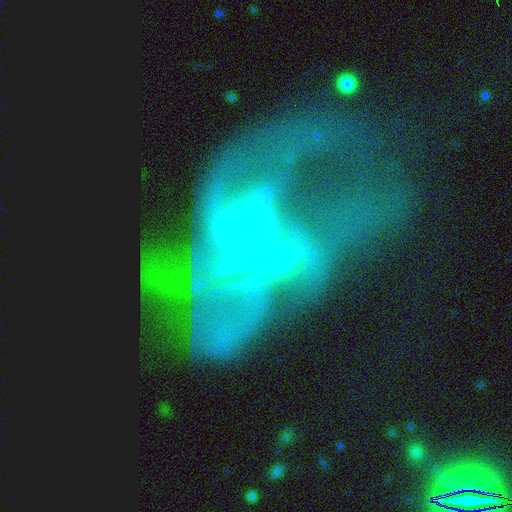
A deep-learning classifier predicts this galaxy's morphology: smooth-or-featured: featured or disk: 76% | star or artifact: 14% | smooth: 11%
  disk-edge-on: no: 95% | yes: 5%
    bar: no: 49% | weak: 28% | strong: 22%
    has-spiral-arms: yes: 56% | no: 44%
    bulge-size: small: 46% | none: 26% | moderate: 23% | large: 4% | dominant: 2%
  merging: merger: 54% | major disturbance: 31% | none: 10% | minor disturbance: 6%